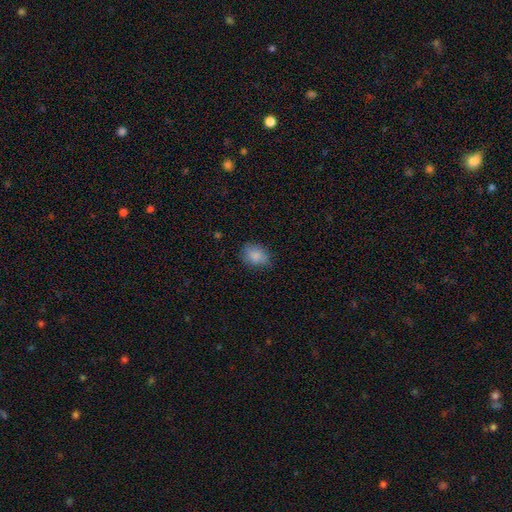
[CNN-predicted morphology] Smooth or featured?
  - smooth: 86% *
  - star or artifact: 8%
  - featured or disk: 6%
How rounded?
  - in between: 61% *
  - round: 38%
  - cigar-shaped: 1%
Merging?
  - none: 74% *
  - minor disturbance: 21%
  - major disturbance: 4%
  - merger: 1%